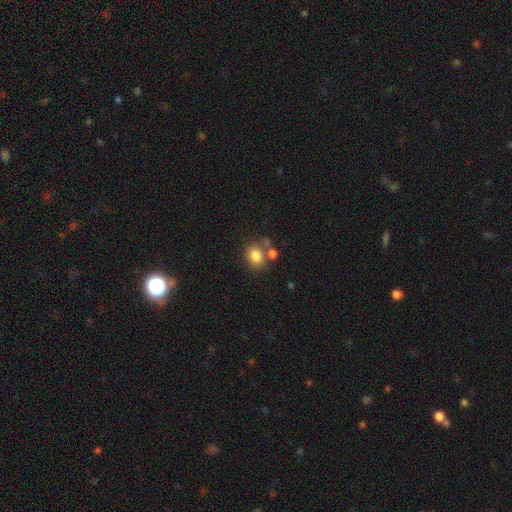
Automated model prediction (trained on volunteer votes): The model was most divided on "how rounded": round: 50%, in between: 49%, cigar-shaped: 1%. More confident: smooth or featured — smooth (82%); merging — none (58%).